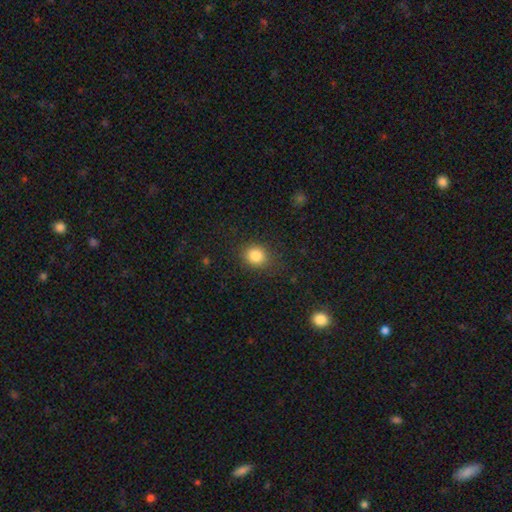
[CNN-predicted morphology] This is clearly a smooth galaxy (85%). How rounded: likely round (68%). Merging: clearly none (82%).